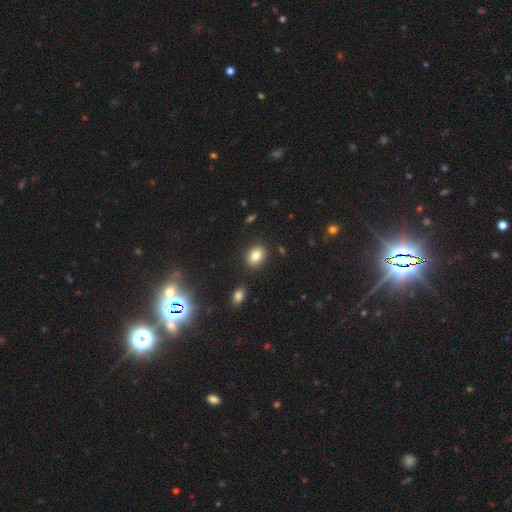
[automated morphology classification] This appears to be a smooth galaxy with no disk features (83%) that is in between round and cigar-shaped (62%). Merging: none (85%).